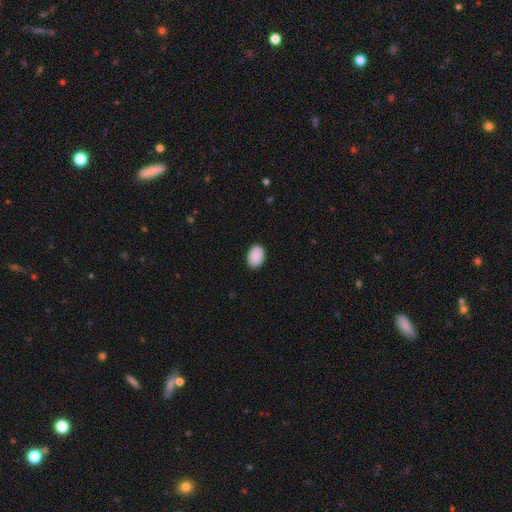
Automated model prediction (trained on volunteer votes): This is clearly a smooth galaxy (91%). How rounded: clearly in between (80%). Merging: clearly none (89%).